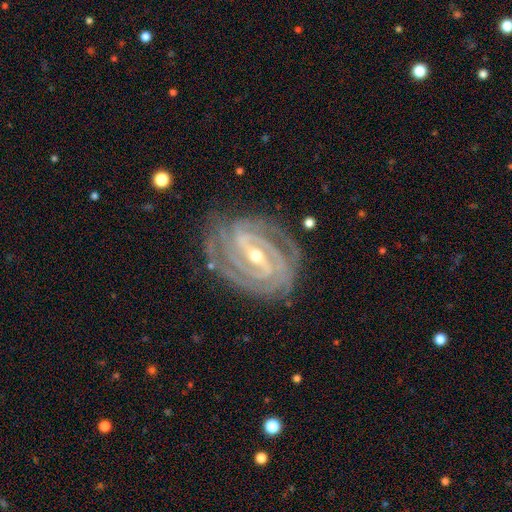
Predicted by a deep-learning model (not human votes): Smooth or featured: featured or disk — 93% (star or artifact — 5%)
Edge-on disk: no — 97% (yes — 3%)
Bar: strong — 61% (weak — 30%)
Spiral arms: yes — 99% (no — 1%)
Spiral winding: tight — 81% (medium — 17%)
Spiral arm count: 2 — 29% (3 — 28%)
Bulge size: small — 54% (moderate — 43%)
Merging: none — 80% (minor disturbance — 14%)